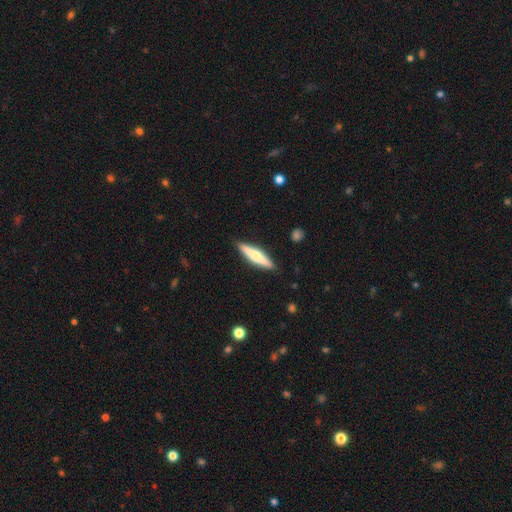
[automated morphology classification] Smooth or featured? smooth (48%)
Merging? none (90%)